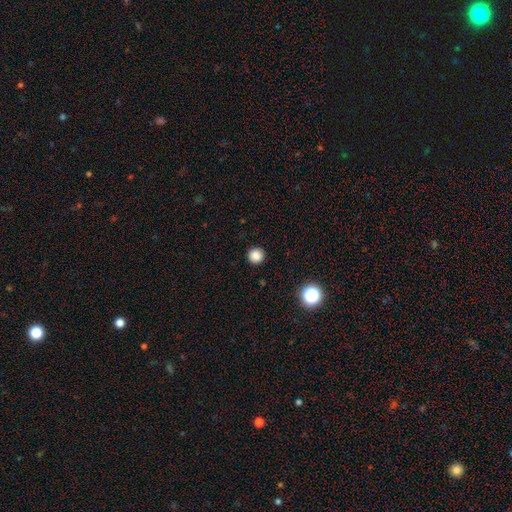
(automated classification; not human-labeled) Smooth or featured?
  - smooth: 85% *
  - star or artifact: 12%
  - featured or disk: 3%
How rounded?
  - round: 95% *
  - in between: 4%
  - cigar-shaped: 1%
Merging?
  - none: 93% *
  - minor disturbance: 5%
  - major disturbance: 2%
  - merger: 1%